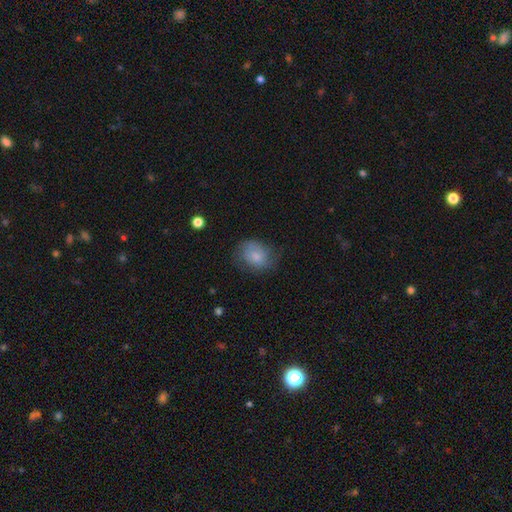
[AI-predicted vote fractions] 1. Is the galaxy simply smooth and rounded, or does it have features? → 61% smooth, 31% featured or disk, 8% star or artifact.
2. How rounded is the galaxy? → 50% in between, 49% round, 1% cigar-shaped.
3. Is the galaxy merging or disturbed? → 58% none, 27% minor disturbance, 13% major disturbance, 2% merger.